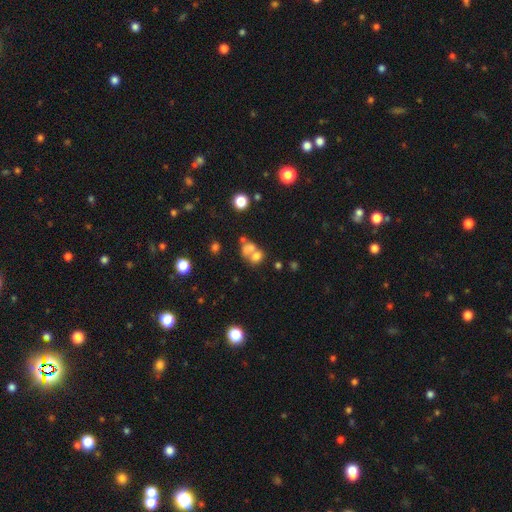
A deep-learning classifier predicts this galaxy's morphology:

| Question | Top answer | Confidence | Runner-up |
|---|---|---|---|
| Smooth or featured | smooth | 65% | featured or disk (20%) |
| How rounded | in between | 53% | round (45%) |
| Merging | merger | 62% | none (24%) |